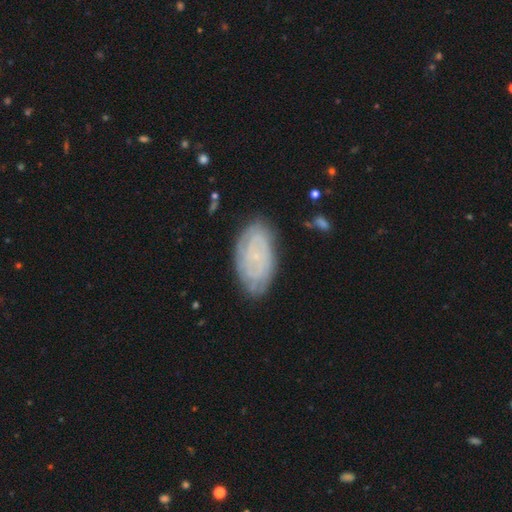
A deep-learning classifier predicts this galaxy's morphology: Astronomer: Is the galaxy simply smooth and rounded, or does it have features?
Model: featured or disk — 65%.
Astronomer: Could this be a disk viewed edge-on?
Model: no — 95%.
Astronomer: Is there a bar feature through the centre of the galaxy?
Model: no — 72%.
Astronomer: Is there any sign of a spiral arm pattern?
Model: yes — 87%.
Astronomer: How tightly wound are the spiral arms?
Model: tight — 72%.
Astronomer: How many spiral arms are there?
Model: can't tell — 50%.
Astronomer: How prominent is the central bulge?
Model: small — 72%.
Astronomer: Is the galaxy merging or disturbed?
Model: none — 78%.